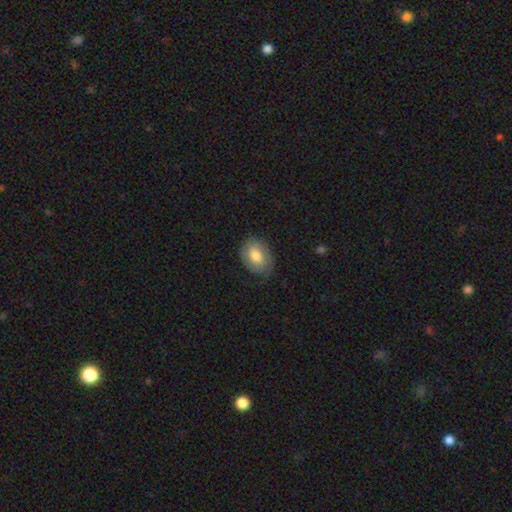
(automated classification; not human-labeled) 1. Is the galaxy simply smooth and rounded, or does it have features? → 64% smooth, 30% featured or disk, 7% star or artifact.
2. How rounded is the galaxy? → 71% in between, 28% round, 1% cigar-shaped.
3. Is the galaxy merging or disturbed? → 74% none, 19% minor disturbance, 5% major disturbance, 1% merger.